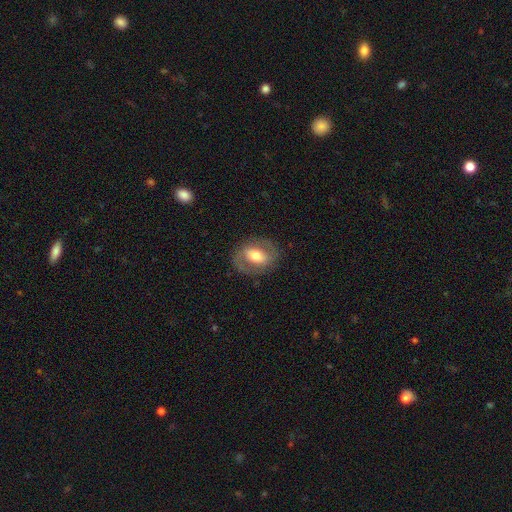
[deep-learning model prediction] A featured or disk galaxy (53%). Merging: none (80%).